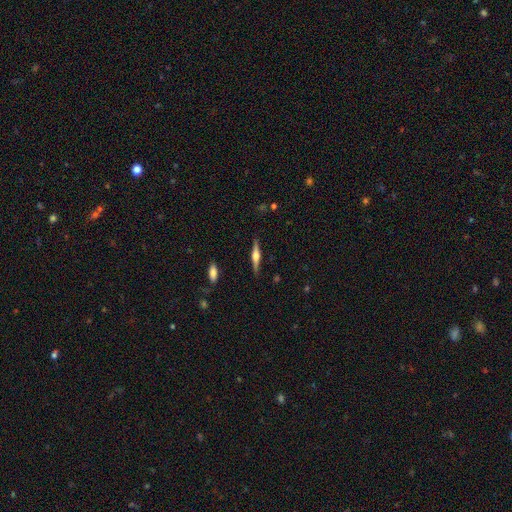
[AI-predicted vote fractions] Smooth or featured: featured or disk — 69% (smooth — 25%)
Edge-on disk: yes — 98% (no — 2%)
Edge-on bulge: rounded — 87% (boxy — 10%)
Merging: none — 89% (minor disturbance — 8%)